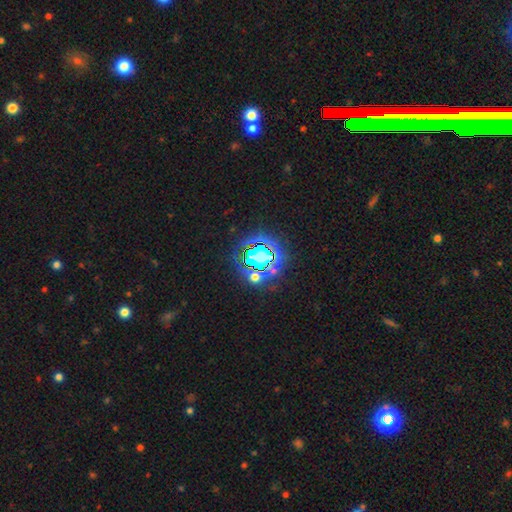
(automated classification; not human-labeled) smooth_or_featured: star or artifact (p=0.62) [alt: smooth p=0.24]